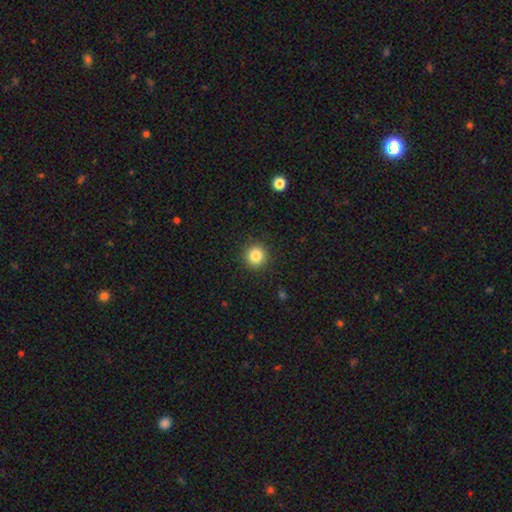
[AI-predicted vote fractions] smooth-or-featured: smooth: 84% | star or artifact: 11% | featured or disk: 5%
  how-rounded: round: 94% | in between: 5% | cigar-shaped: 1%
  merging: none: 92% | minor disturbance: 5% | major disturbance: 2% | merger: 1%